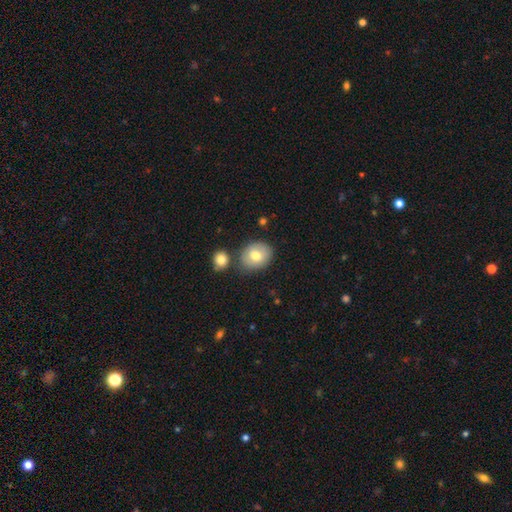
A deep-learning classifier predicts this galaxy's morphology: Q: Smooth or featured?
A: smooth (74%); runner-up: featured or disk (18%)
Q: How rounded?
A: round (60%); runner-up: in between (39%)
Q: Merging?
A: none (72%); runner-up: minor disturbance (13%)